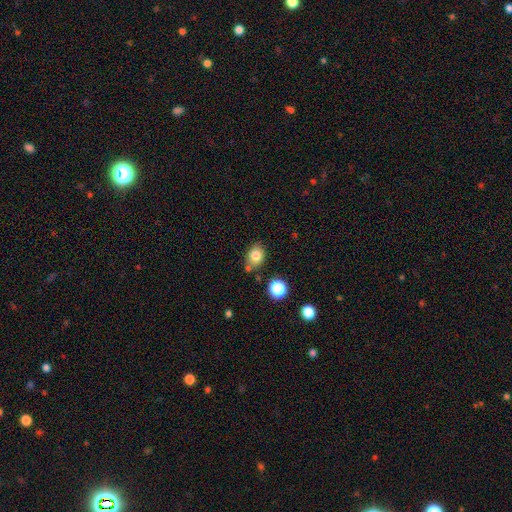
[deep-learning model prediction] A smooth galaxy with no disk features (81%) that is in between round and cigar-shaped (55%). Merging: none (72%).